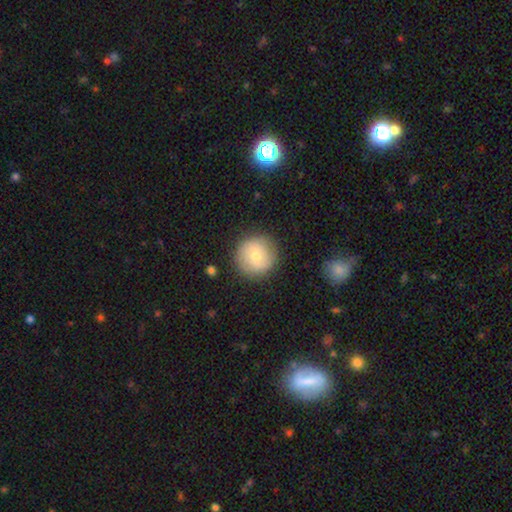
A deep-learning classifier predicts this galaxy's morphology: A smooth galaxy with no disk features (62%) that is round (95%). Merging: none (87%).